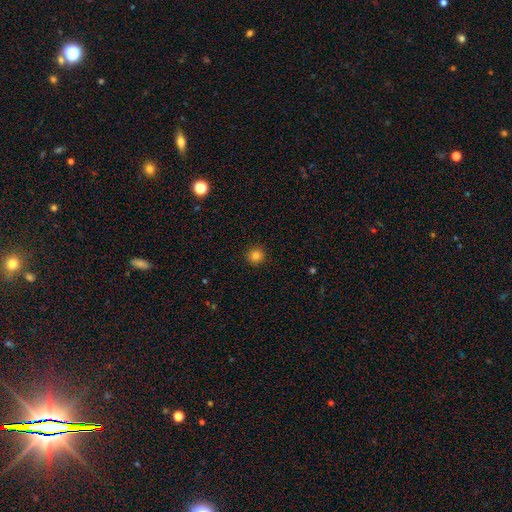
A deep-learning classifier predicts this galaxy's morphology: Smooth or featured: smooth — 83% (star or artifact — 12%)
How rounded: round — 95% (in between — 4%)
Merging: none — 93% (minor disturbance — 5%)